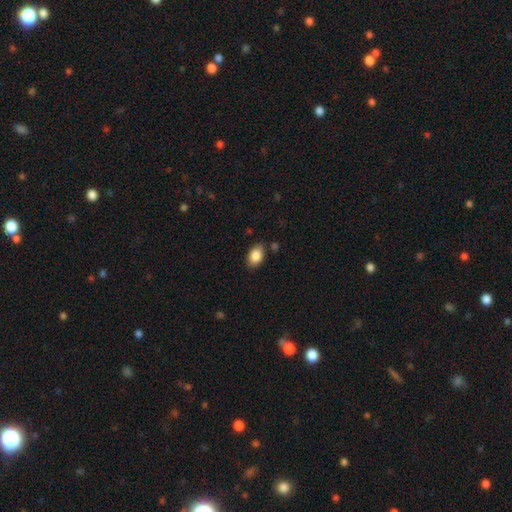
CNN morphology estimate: type=smooth (87%); roundness=in between (89%); merging=none (83%).